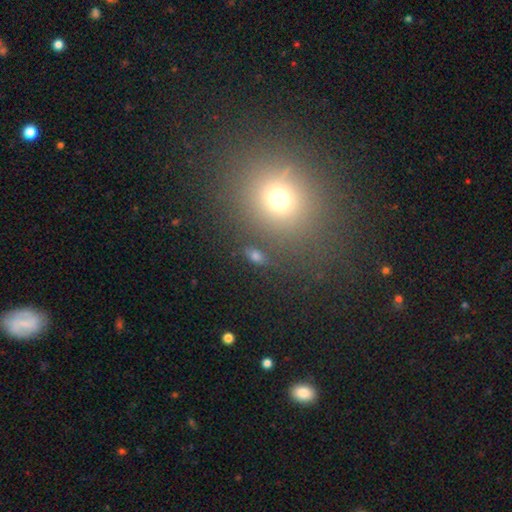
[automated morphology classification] A smooth galaxy with no disk features (63%) that is in between round and cigar-shaped (61%).

Vote fractions:
- Smooth or featured? smooth: 63% / star or artifact: 24% / featured or disk: 13%
- How rounded? in between: 61% / round: 32% / cigar-shaped: 7%
- Merging? none: 80% / minor disturbance: 9% / merger: 6% / major disturbance: 5%